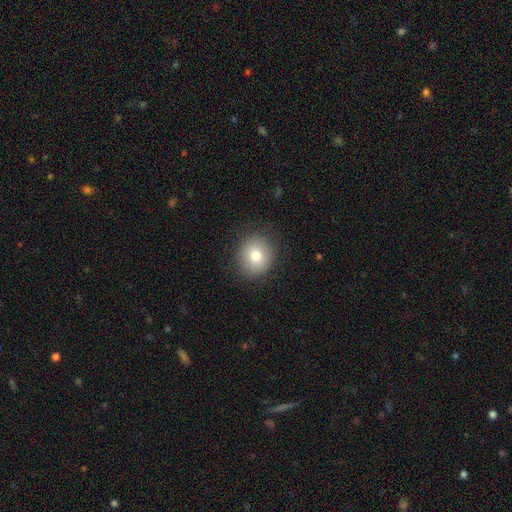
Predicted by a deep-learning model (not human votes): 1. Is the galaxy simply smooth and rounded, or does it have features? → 78% smooth, 11% featured or disk, 10% star or artifact.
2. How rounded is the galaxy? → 79% round, 21% in between, 1% cigar-shaped.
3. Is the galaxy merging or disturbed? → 87% none, 9% minor disturbance, 3% major disturbance, 1% merger.